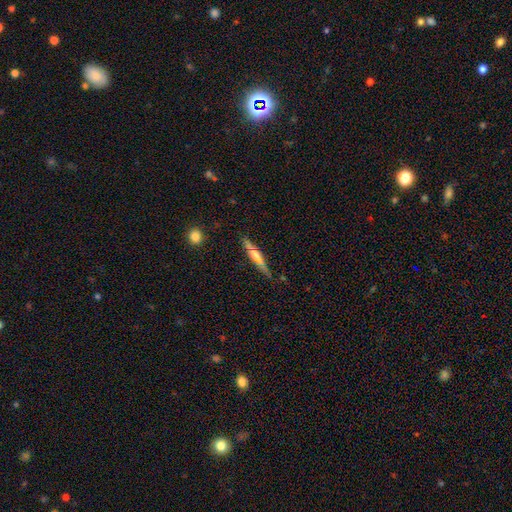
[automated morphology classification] The model was most divided on "smooth or featured": featured or disk: 49%, smooth: 42%, star or artifact: 8%. More confident: merging — none (77%).